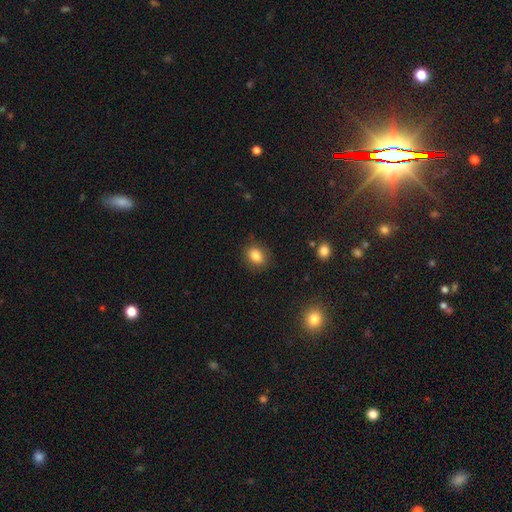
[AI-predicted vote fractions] A smooth galaxy with no disk features (85%) that is in between round and cigar-shaped (64%).

Vote fractions:
- Smooth or featured? smooth: 85% / star or artifact: 10% / featured or disk: 6%
- How rounded? in between: 64% / round: 35% / cigar-shaped: 1%
- Merging? none: 86% / minor disturbance: 10% / major disturbance: 3% / merger: 1%